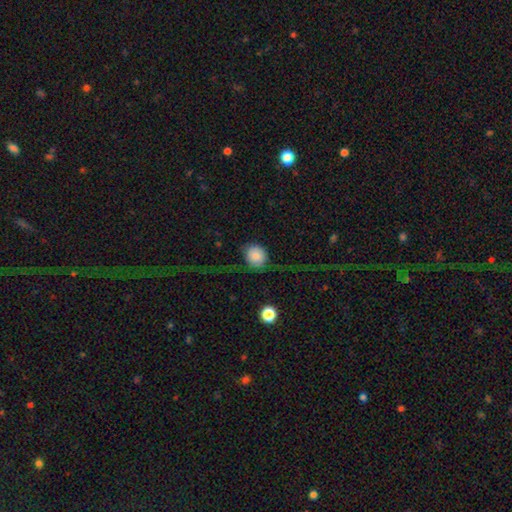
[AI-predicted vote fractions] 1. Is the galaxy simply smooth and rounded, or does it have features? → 81% smooth, 10% featured or disk, 9% star or artifact.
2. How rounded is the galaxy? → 81% round, 18% in between, 1% cigar-shaped.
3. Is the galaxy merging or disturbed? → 69% none, 15% minor disturbance, 14% major disturbance, 2% merger.